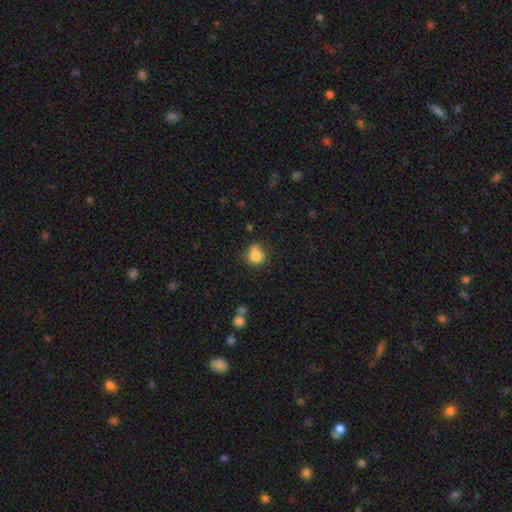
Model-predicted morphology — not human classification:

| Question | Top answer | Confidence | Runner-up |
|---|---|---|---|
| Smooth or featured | smooth | 82% | star or artifact (11%) |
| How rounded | round | 75% | in between (24%) |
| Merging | none | 55% | minor disturbance (28%) |